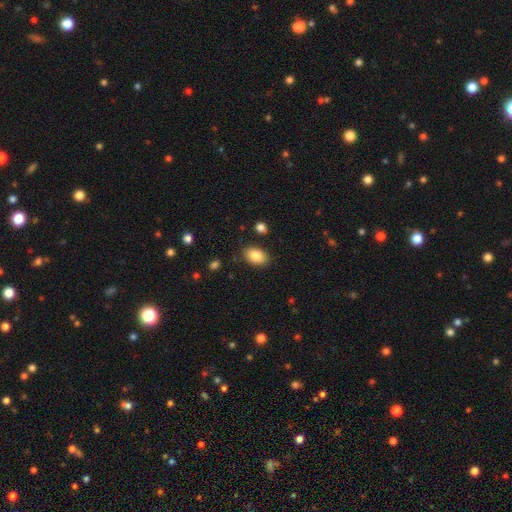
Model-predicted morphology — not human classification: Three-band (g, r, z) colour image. It shows a smooth galaxy with no disk features (86%) that is in between round and cigar-shaped (89%). Merging: none (85%).